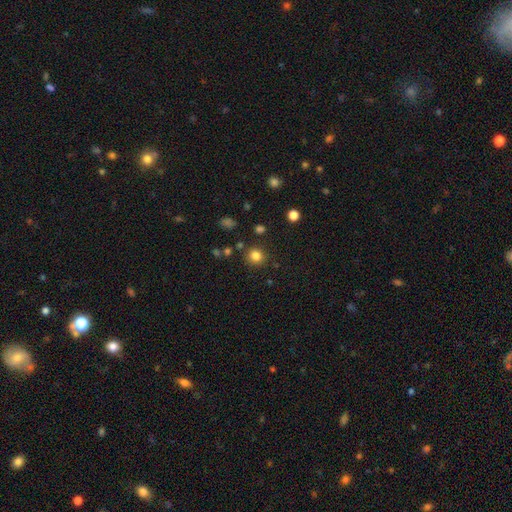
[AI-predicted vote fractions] A smooth galaxy with no disk features (82%) that is round (91%).

Vote fractions:
- Smooth or featured? smooth: 82% / star or artifact: 13% / featured or disk: 5%
- How rounded? round: 91% / in between: 8% / cigar-shaped: 1%
- Merging? none: 87% / minor disturbance: 7% / merger: 3% / major disturbance: 3%